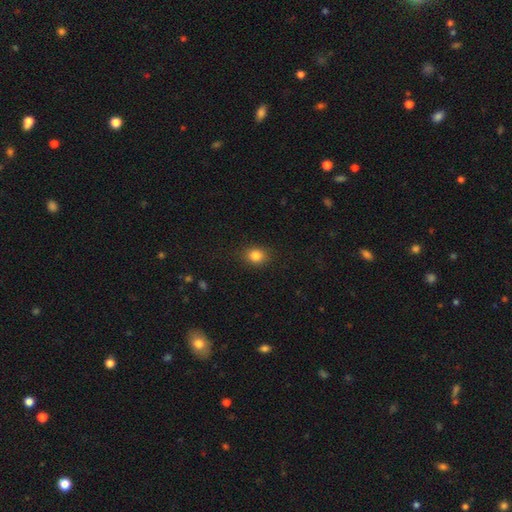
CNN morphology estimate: A smooth galaxy with no disk features (83%) that is round (60%).

Vote fractions:
- Smooth or featured? smooth: 83% / star or artifact: 11% / featured or disk: 6%
- How rounded? round: 60% / in between: 39% / cigar-shaped: 1%
- Merging? none: 86% / minor disturbance: 10% / major disturbance: 3% / merger: 1%